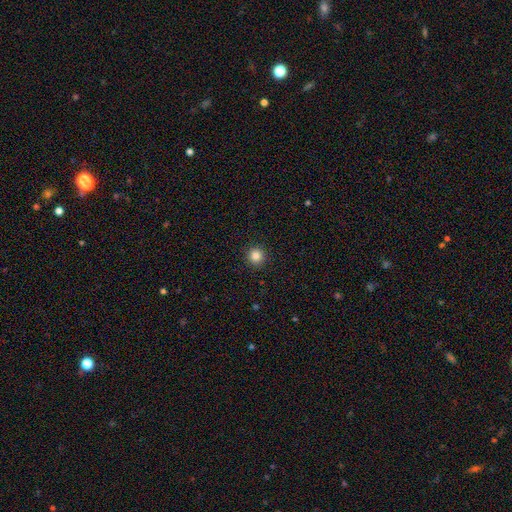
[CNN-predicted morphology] smooth 85%, star or artifact 11%, featured or disk 4%. Down the decision tree: how rounded — round (95%); merging — none (93%).